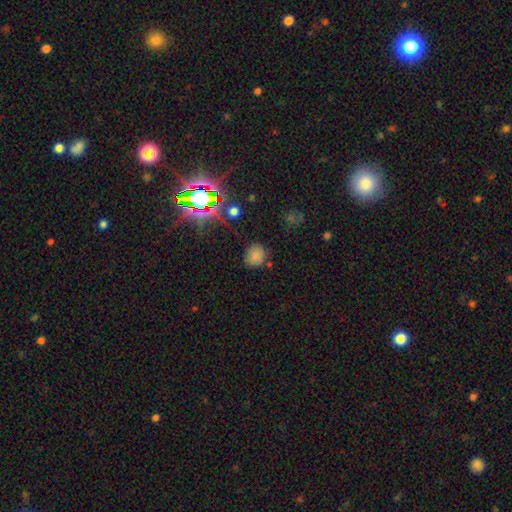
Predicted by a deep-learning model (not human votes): A smooth galaxy with no disk features (75%) that is round (74%). Merging: none (79%).